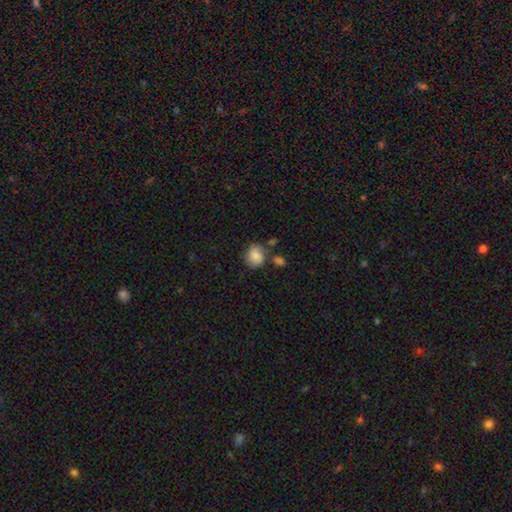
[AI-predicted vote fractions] smooth-or-featured: smooth: 81% | featured or disk: 10% | star or artifact: 9%
  how-rounded: round: 65% | in between: 35% | cigar-shaped: 1%
  merging: none: 61% | minor disturbance: 20% | merger: 13% | major disturbance: 6%